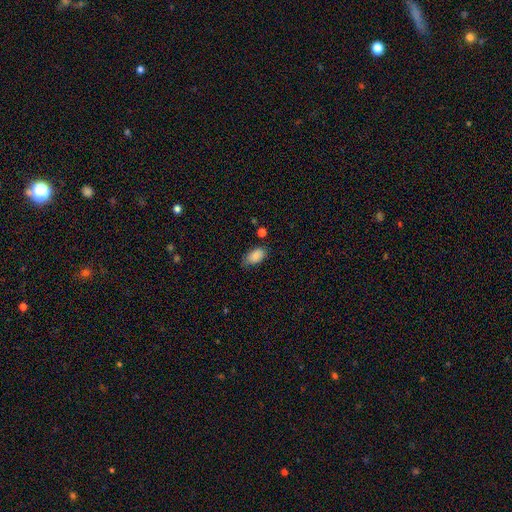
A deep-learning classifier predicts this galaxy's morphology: type=smooth (88%); roundness=in between (93%); merging=none (68%).